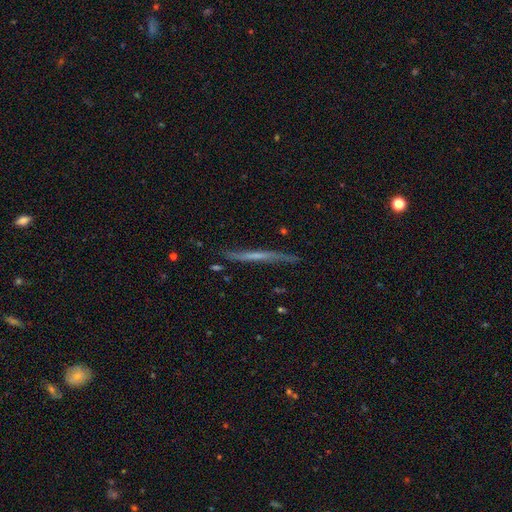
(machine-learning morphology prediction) type=featured or disk (61%); edge-on=yes (95%); edge-on bulge=none (77%); merging=none (84%).